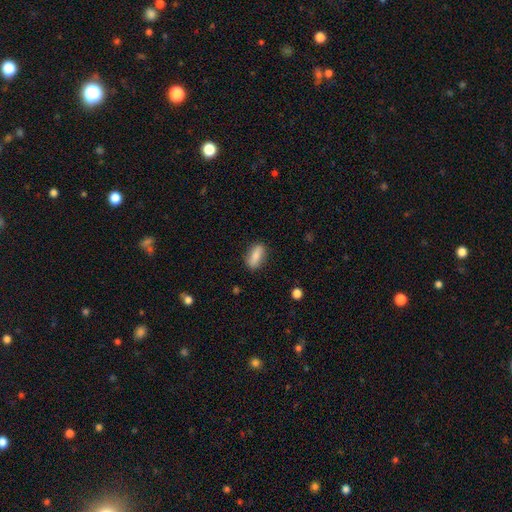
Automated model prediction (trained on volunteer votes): A smooth galaxy with no disk features (79%) that is in between round and cigar-shaped (74%). Merging: none (84%).